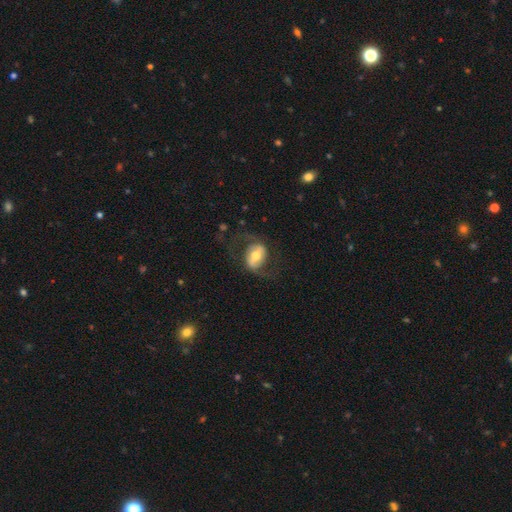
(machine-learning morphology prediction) Overall: featured or disk (71%). Edge-on disk: no (96%). Bar: weak (38%; strong 36%). Spiral arms: yes (85%). Spiral arm count: 2 (91%). Spiral winding: loose (49%; medium 42%). Bulge size: moderate (68%). Merging: none (66%).